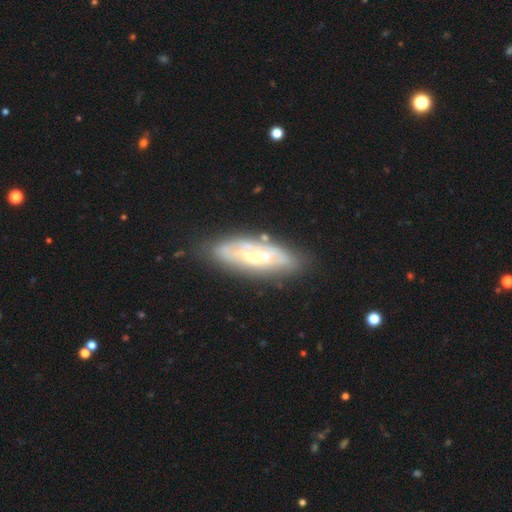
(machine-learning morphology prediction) A featured or disk galaxy (67%) with no bar (69%), spiral arms (51%) and a small central bulge (44%).

Vote fractions:
- Smooth or featured? featured or disk: 67% / smooth: 26% / star or artifact: 7%
- Edge-on disk? no: 76% / yes: 24%
- Bar? no: 69% / weak: 23% / strong: 8%
- Spiral arms? yes: 51% / no: 49%
- Bulge size? small: 44% / moderate: 43% / large: 6% / none: 5% / dominant: 2%
- Merging? none: 69% / minor disturbance: 19% / major disturbance: 7% / merger: 5%